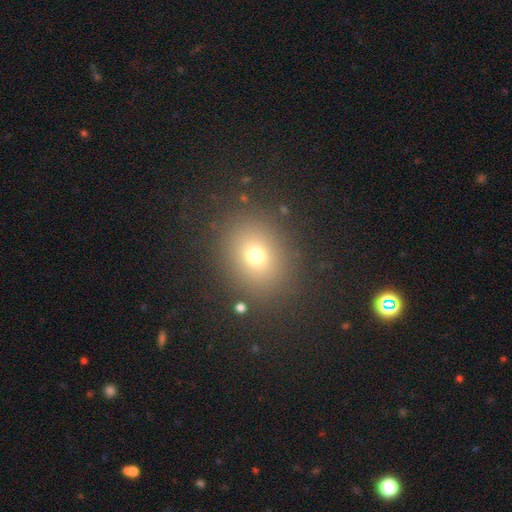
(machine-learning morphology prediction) This is likely a smooth galaxy (71%). How rounded: possibly round (58%). Merging: clearly none (87%).